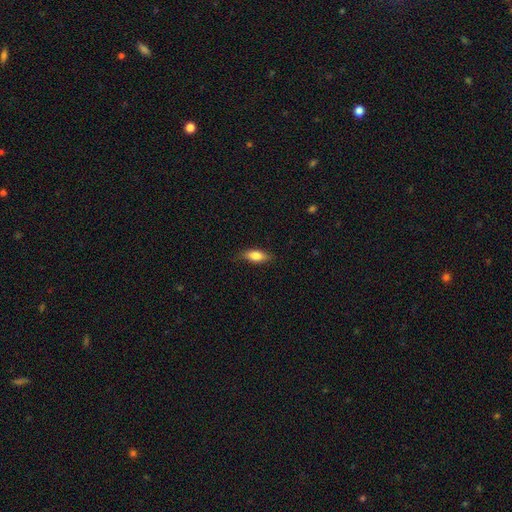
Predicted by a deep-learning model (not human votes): smooth-or-featured: smooth: 81% | featured or disk: 13% | star or artifact: 7%
  how-rounded: in between: 80% | cigar-shaped: 17% | round: 3%
  merging: none: 78% | minor disturbance: 18% | major disturbance: 3% | merger: 1%